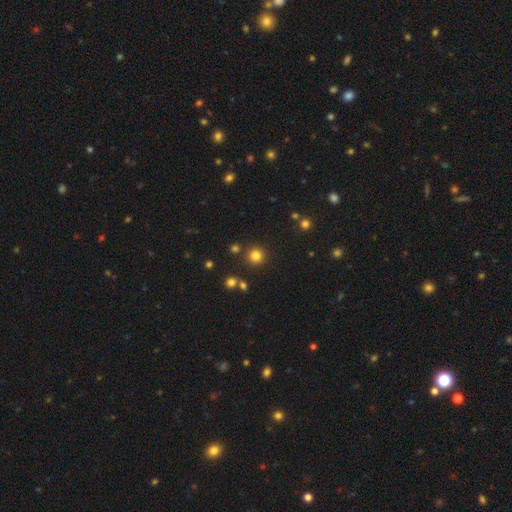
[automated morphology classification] Overall: smooth (81%). How rounded: round (95%). Merging: none (88%).